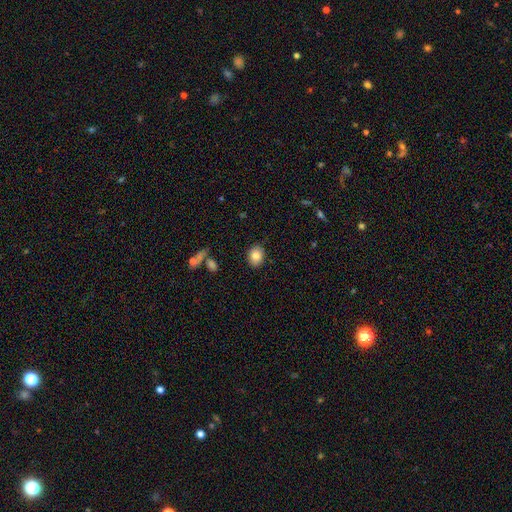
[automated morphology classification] Smooth or featured? Predicted: smooth (p=0.83). How rounded? Predicted: in between (p=0.62). Merging? Predicted: none (p=0.85).